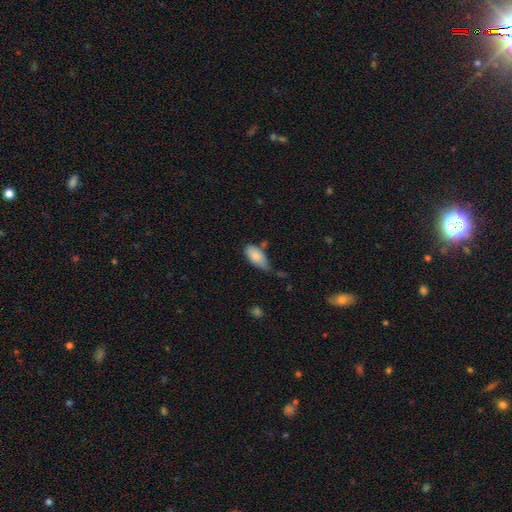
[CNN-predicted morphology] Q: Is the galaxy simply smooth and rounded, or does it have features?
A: smooth — 82%.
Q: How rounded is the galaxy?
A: in between — 92%.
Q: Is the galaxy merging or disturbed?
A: none — 45%.